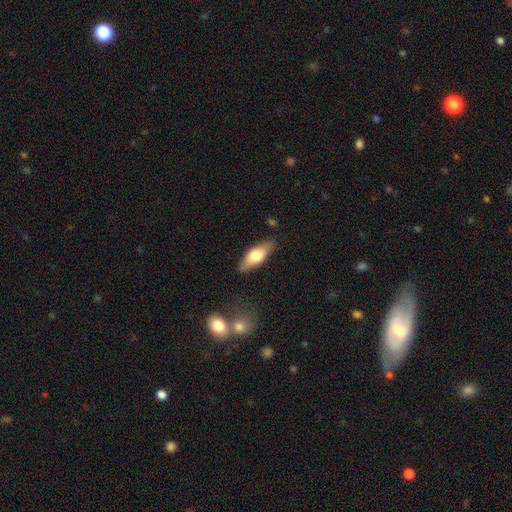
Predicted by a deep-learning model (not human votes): smooth-or-featured: smooth: 59% | featured or disk: 35% | star or artifact: 6%
  how-rounded: in between: 65% | cigar-shaped: 32% | round: 3%
  merging: none: 83% | minor disturbance: 12% | major disturbance: 3% | merger: 2%